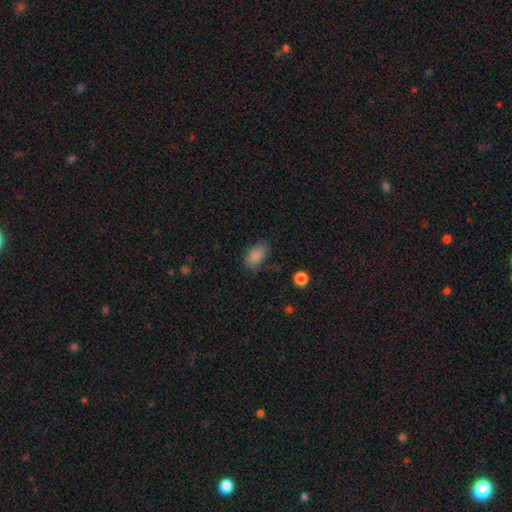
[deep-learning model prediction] smooth_or_featured: smooth (p=0.85) [alt: star or artifact p=0.09]
how_rounded: in between (p=0.90) [alt: round p=0.08]
merging: none (p=0.75) [alt: minor disturbance p=0.18]